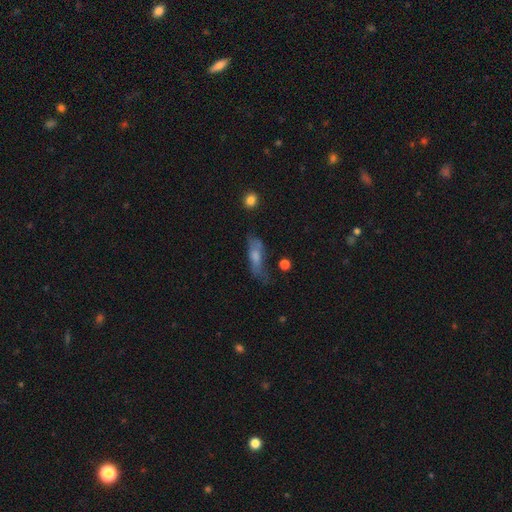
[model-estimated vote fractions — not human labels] Smooth or featured? Predicted: smooth (p=0.56). How rounded? Predicted: in between (p=0.50). Merging? Predicted: none (p=0.43).